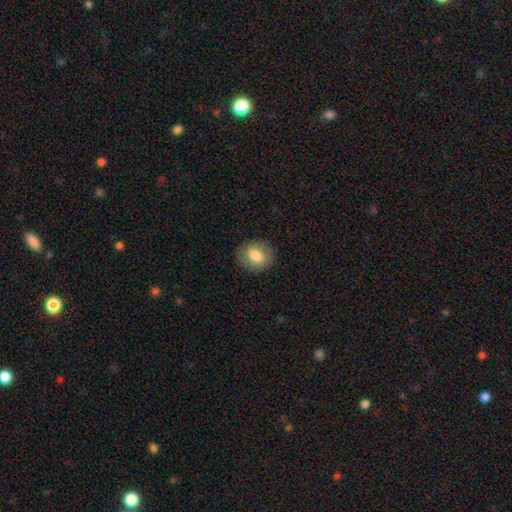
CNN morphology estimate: A smooth galaxy with no disk features (76%) that is round (60%). Merging: none (85%).